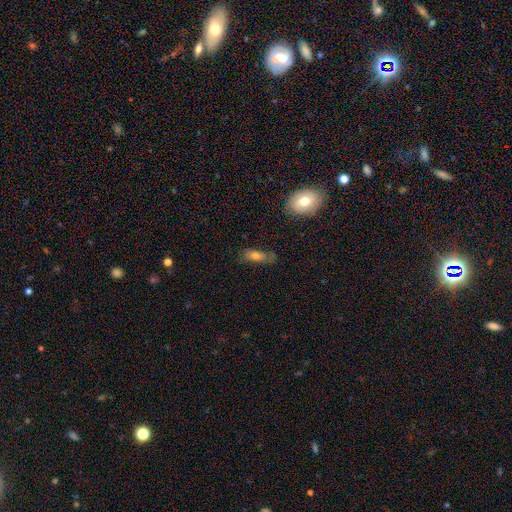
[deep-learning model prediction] Q: Smooth or featured?
A: smooth (65%); runner-up: featured or disk (25%)
Q: How rounded?
A: in between (62%); runner-up: cigar-shaped (33%)
Q: Merging?
A: none (64%); runner-up: minor disturbance (24%)